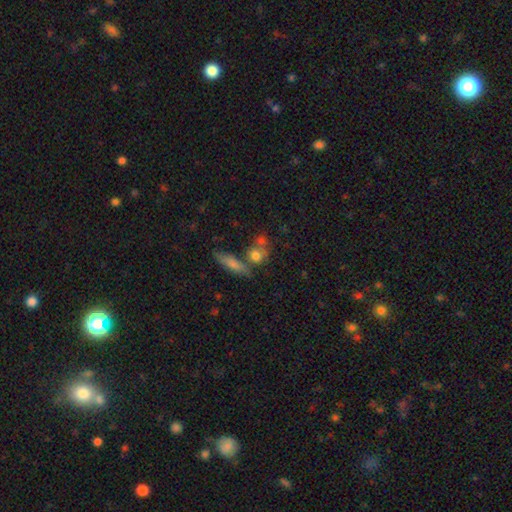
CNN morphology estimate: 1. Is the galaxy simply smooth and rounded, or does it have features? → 73% smooth, 16% featured or disk, 11% star or artifact.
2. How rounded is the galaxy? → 59% round, 32% in between, 9% cigar-shaped.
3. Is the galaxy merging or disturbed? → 48% none, 33% merger, 13% minor disturbance, 7% major disturbance.